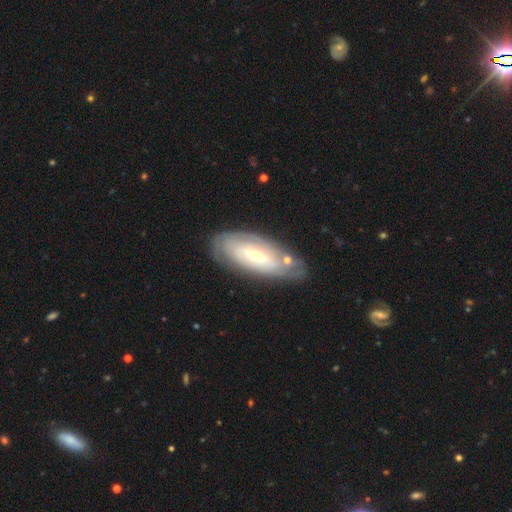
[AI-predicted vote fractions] This appears to be a featured or disk galaxy (67%) with no bar (41%), spiral arms (66%) and a moderate central bulge (55%). Merging: none (78%).